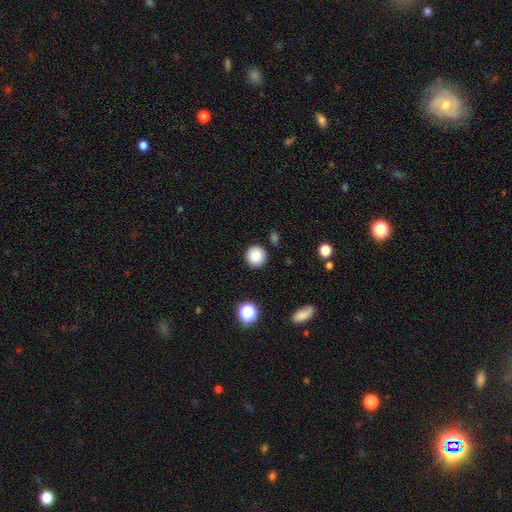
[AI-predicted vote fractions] Morphology: type=smooth (86%); roundness=round (94%); merging=none (89%).